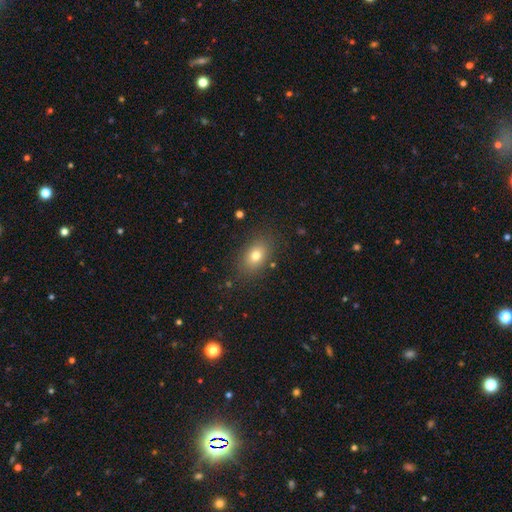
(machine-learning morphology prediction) Overall: smooth (76%). How rounded: in between (78%). Merging: none (84%).